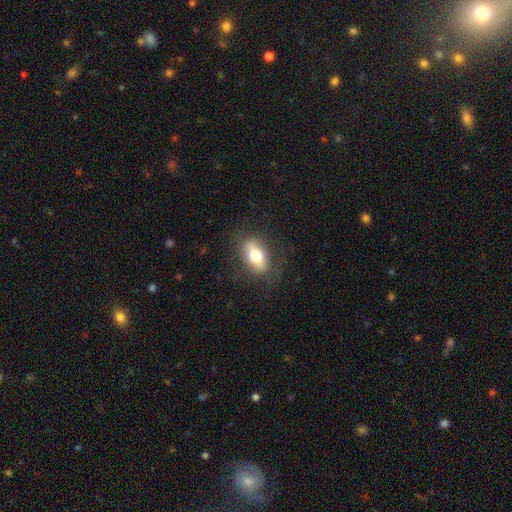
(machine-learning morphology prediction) The model was most divided on "smooth or featured": smooth: 63%, featured or disk: 29%, star or artifact: 8%. More confident: how rounded — in between (83%); merging — none (80%).